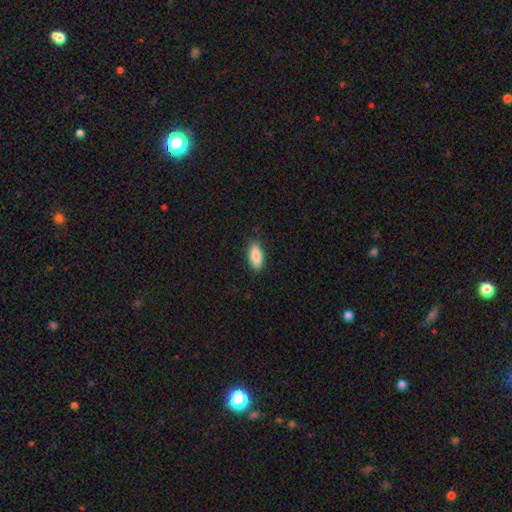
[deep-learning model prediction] This appears to be a smooth galaxy with no disk features (86%) that is in between round and cigar-shaped (82%). Merging: none (87%).